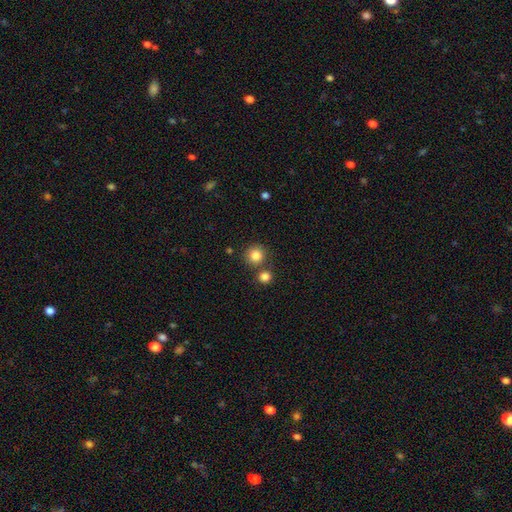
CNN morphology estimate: Overall: smooth (83%). How rounded: round (92%). Merging: none (73%).